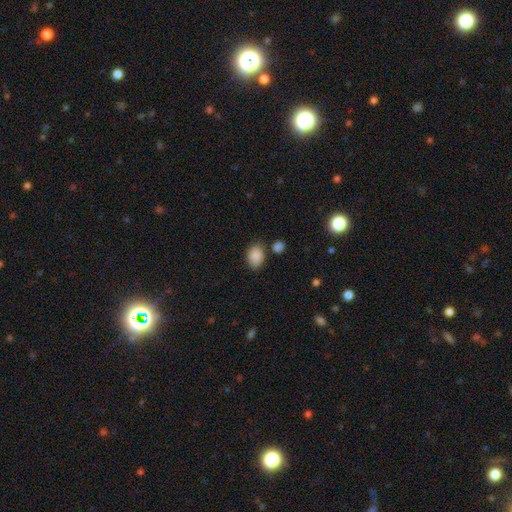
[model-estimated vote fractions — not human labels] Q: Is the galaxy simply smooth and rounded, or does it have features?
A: smooth — 88%.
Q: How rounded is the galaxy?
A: in between — 76%.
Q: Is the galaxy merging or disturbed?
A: none — 72%.